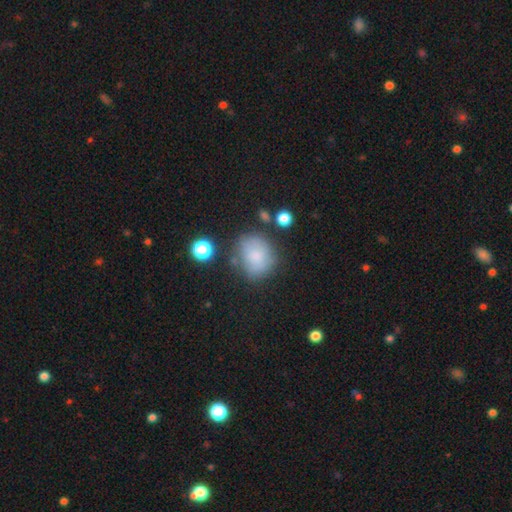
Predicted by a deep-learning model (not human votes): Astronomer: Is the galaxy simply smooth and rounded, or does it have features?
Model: smooth — 74%.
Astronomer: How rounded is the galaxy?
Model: round — 69%.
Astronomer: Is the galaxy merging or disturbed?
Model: none — 61%.